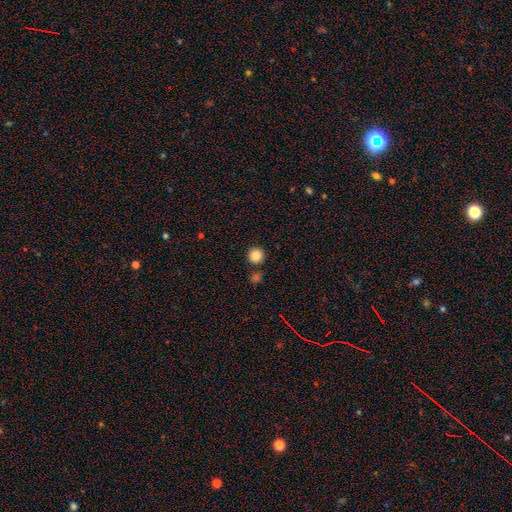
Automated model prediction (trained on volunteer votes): A smooth galaxy with no disk features (86%) that is round (95%).

Vote fractions:
- Smooth or featured? smooth: 86% / star or artifact: 10% / featured or disk: 4%
- How rounded? round: 95% / in between: 4% / cigar-shaped: 1%
- Merging? none: 82% / merger: 8% / minor disturbance: 7% / major disturbance: 2%